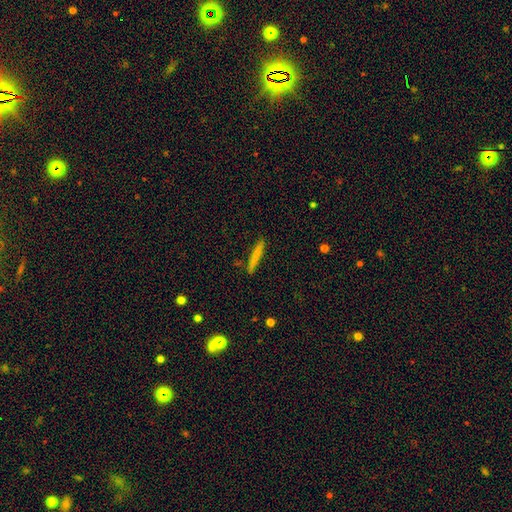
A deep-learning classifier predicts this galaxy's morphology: smooth-or-featured: smooth: 74% | featured or disk: 20% | star or artifact: 7%
  how-rounded: cigar-shaped: 95% | in between: 3% | round: 1%
  merging: none: 87% | minor disturbance: 9% | major disturbance: 2% | merger: 2%